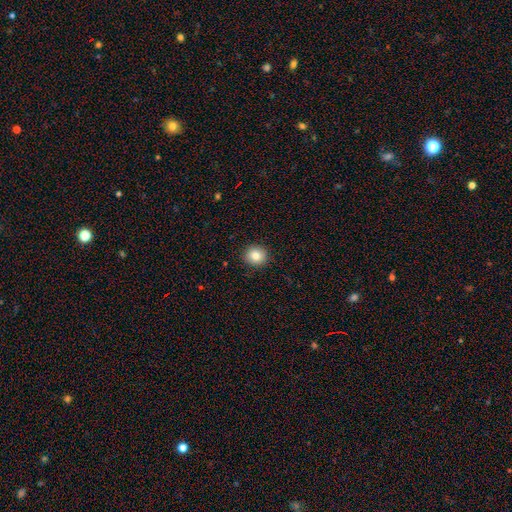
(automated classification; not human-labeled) This is clearly a smooth galaxy (83%). How rounded: clearly round (85%). Merging: clearly none (91%).